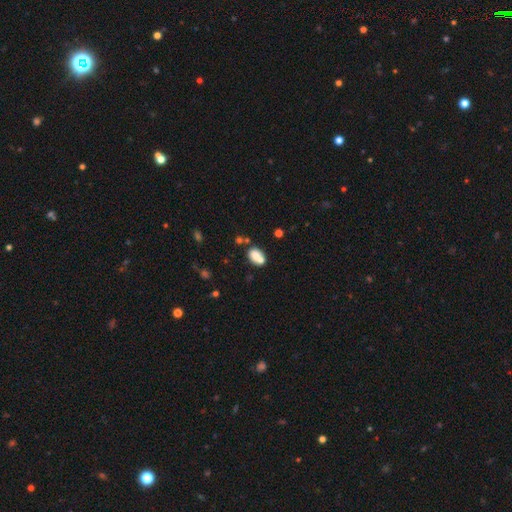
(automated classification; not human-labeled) smooth-or-featured: smooth: 73% | featured or disk: 17% | star or artifact: 10%
  how-rounded: in between: 69% | round: 29% | cigar-shaped: 1%
  merging: merger: 42% | none: 41% | minor disturbance: 13% | major disturbance: 5%